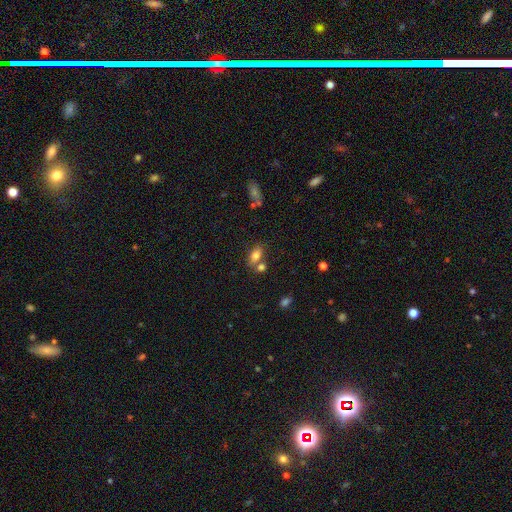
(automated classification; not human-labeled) Smooth or featured?
  - smooth: 79% *
  - featured or disk: 11%
  - star or artifact: 10%
How rounded?
  - in between: 85% *
  - round: 11%
  - cigar-shaped: 4%
Merging?
  - none: 54% *
  - merger: 29%
  - minor disturbance: 13%
  - major disturbance: 4%